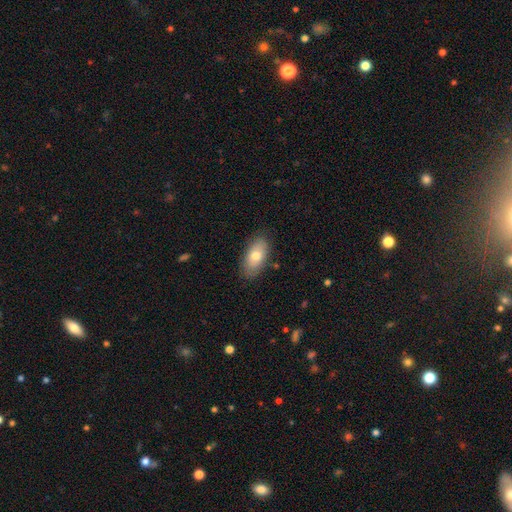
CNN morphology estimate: Overall: smooth (72%). How rounded: in between (91%). Merging: none (82%).